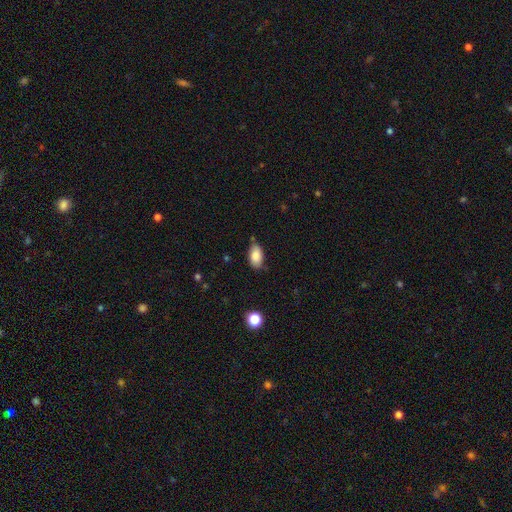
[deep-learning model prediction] Smooth or featured? smooth (85%)
How rounded? in between (92%)
Merging? none (73%)